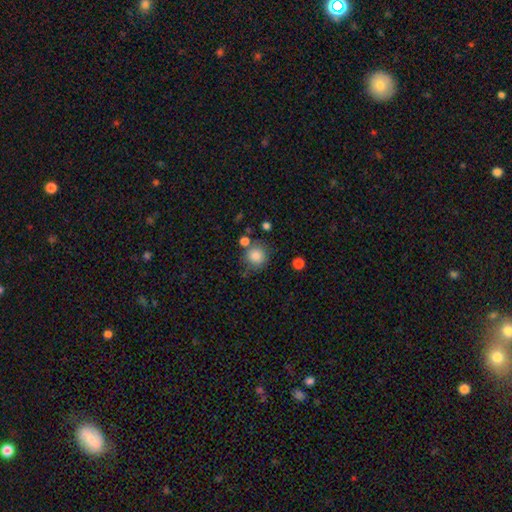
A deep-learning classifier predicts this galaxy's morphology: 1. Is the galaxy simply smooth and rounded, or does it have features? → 85% smooth, 10% star or artifact, 5% featured or disk.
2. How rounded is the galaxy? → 89% round, 10% in between, 1% cigar-shaped.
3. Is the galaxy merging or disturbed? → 70% none, 14% minor disturbance, 10% merger, 5% major disturbance.